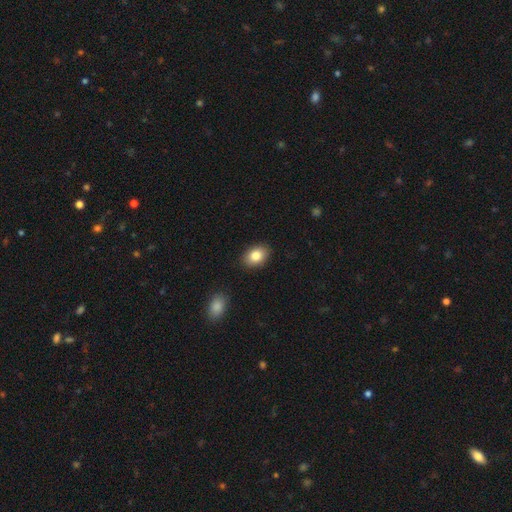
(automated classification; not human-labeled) This is clearly a smooth galaxy (84%). How rounded: likely in between (78%). Merging: clearly none (88%).